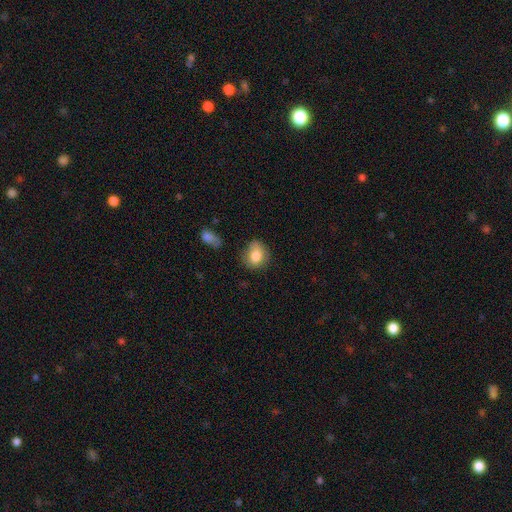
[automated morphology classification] Smooth or featured? smooth (81%)
How rounded? round (68%)
Merging? none (66%)